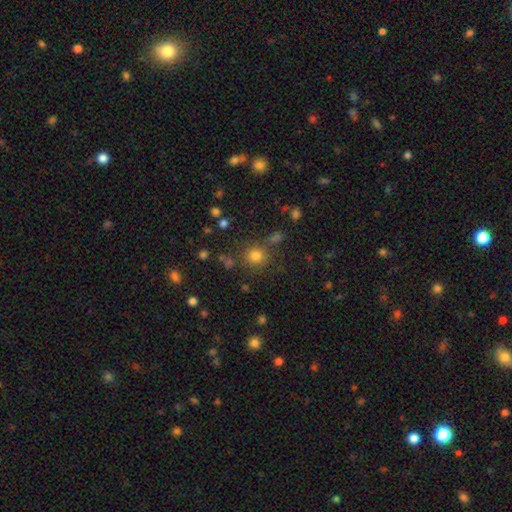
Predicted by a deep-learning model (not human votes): smooth-or-featured: smooth: 77% | star or artifact: 16% | featured or disk: 7%
  how-rounded: round: 89% | in between: 10% | cigar-shaped: 1%
  merging: none: 77% | minor disturbance: 10% | merger: 9% | major disturbance: 5%